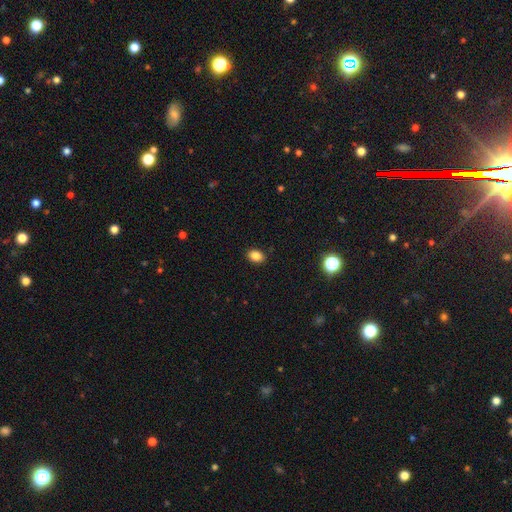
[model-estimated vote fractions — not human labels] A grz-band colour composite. It shows a smooth galaxy with no disk features (86%) that is in between round and cigar-shaped (76%). Merging: none (89%).